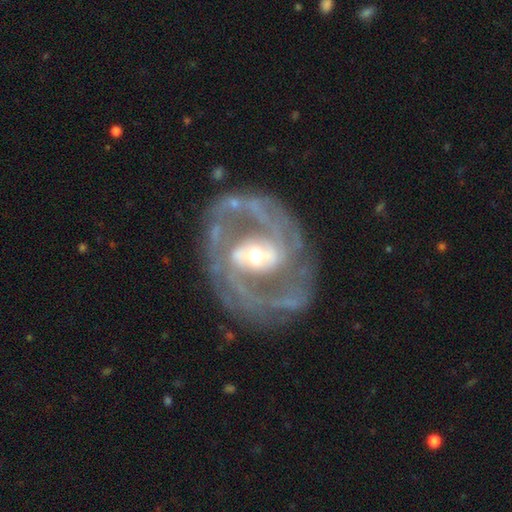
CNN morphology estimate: A featured or disk galaxy (91%) with a strong bar (48%), 2 (75%) medium (50%) spiral arms (95%) and a moderate central bulge (56%).

Vote fractions:
- Smooth or featured? featured or disk: 91% / star or artifact: 5% / smooth: 5%
- Edge-on disk? no: 97% / yes: 3%
- Bar? strong: 48% / weak: 35% / no: 17%
- Spiral arms? yes: 95% / no: 5%
- Spiral winding? medium: 50% / tight: 30% / loose: 20%
- Spiral arm count? 2: 75% / can't tell: 8% / 3: 7% / 1: 3% / 4: 3% / more than 4: 3%
- Bulge size? moderate: 56% / small: 34% / large: 7% / dominant: 1% / none: 1%
- Merging? none: 65% / major disturbance: 16% / minor disturbance: 15% / merger: 4%